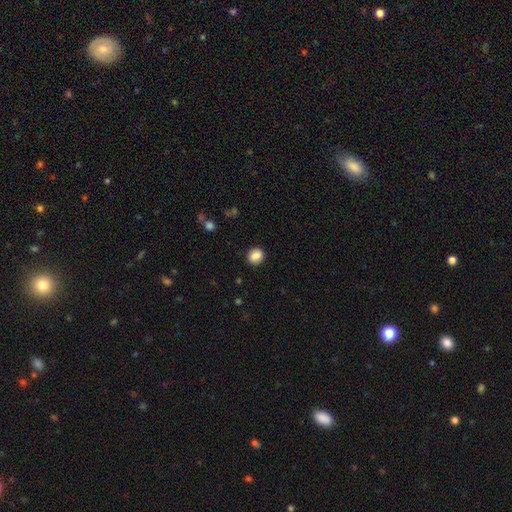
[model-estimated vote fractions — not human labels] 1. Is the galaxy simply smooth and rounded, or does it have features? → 86% smooth, 9% star or artifact, 5% featured or disk.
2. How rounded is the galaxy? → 81% round, 18% in between, 1% cigar-shaped.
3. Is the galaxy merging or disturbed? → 90% none, 7% minor disturbance, 2% major disturbance, 1% merger.